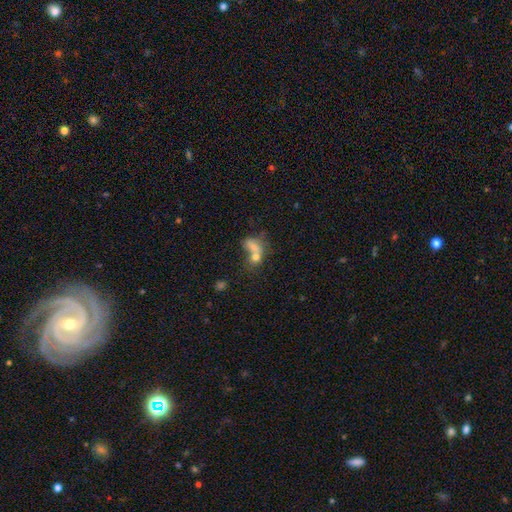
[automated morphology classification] smooth_or_featured: smooth (p=0.64) [alt: featured or disk p=0.21]
how_rounded: in between (p=0.60) [alt: round p=0.37]
merging: merger (p=0.61) [alt: none p=0.22]